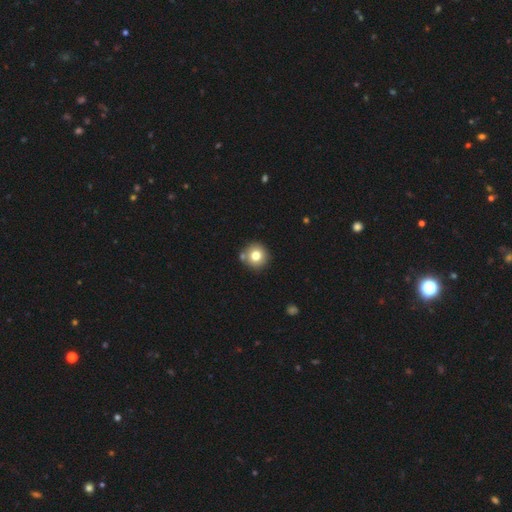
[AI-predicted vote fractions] Smooth or featured: smooth — 77% (featured or disk — 12%)
How rounded: round — 94% (in between — 5%)
Merging: none — 78% (merger — 10%)